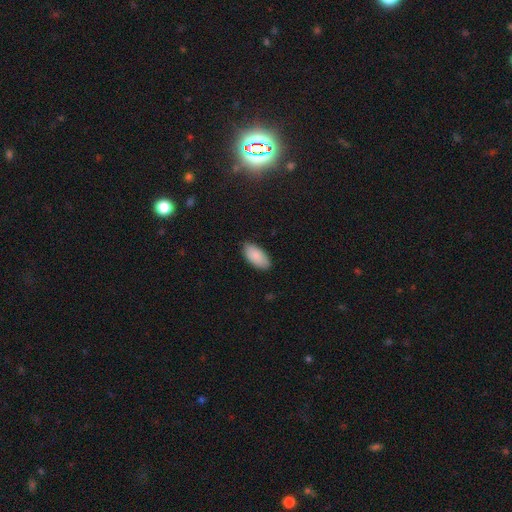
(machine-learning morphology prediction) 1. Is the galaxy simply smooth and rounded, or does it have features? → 88% smooth, 6% star or artifact, 6% featured or disk.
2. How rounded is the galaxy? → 94% in between, 4% cigar-shaped, 2% round.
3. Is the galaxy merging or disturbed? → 85% none, 12% minor disturbance, 2% major disturbance, 1% merger.